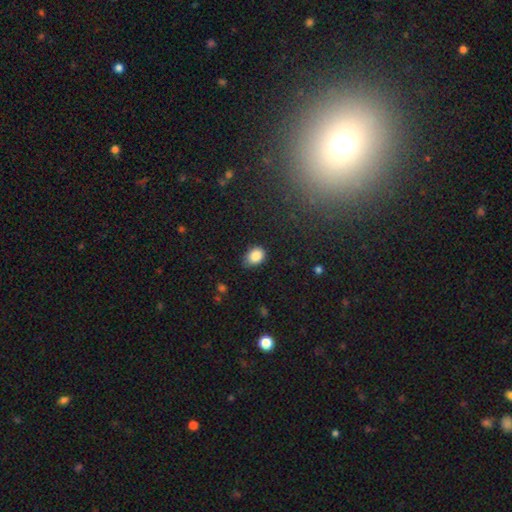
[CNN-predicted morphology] This is clearly a smooth galaxy (86%). How rounded: likely in between (65%). Merging: likely none (70%).